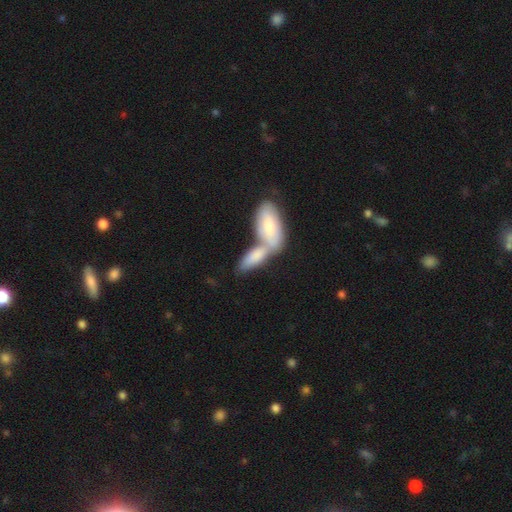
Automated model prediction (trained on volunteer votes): Overall: smooth (74%). How rounded: in between (74%). Merging: merger (60%; none 28%).